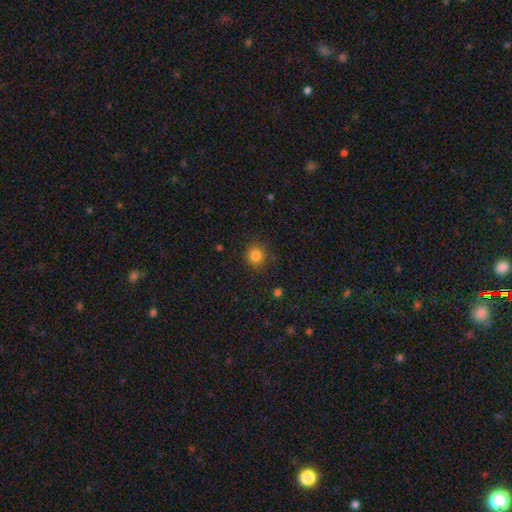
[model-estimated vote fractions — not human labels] The model was most divided on "how rounded": round: 82%, in between: 17%, cigar-shaped: 1%. More confident: merging — none (84%); smooth or featured — smooth (83%).